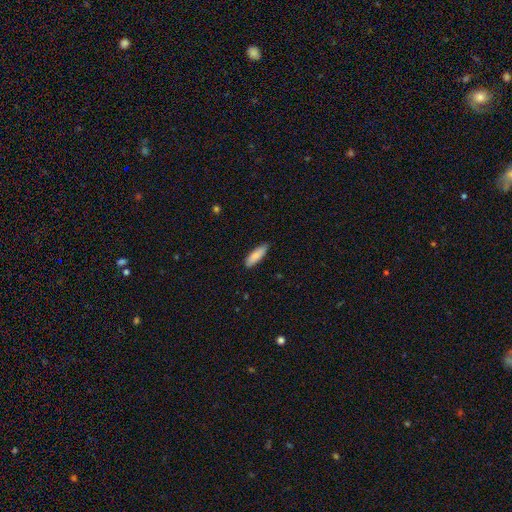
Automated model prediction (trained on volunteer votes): smooth-or-featured: smooth: 84% | featured or disk: 10% | star or artifact: 6%
  how-rounded: cigar-shaped: 51% | in between: 48% | round: 1%
  merging: none: 85% | minor disturbance: 12% | major disturbance: 2% | merger: 1%